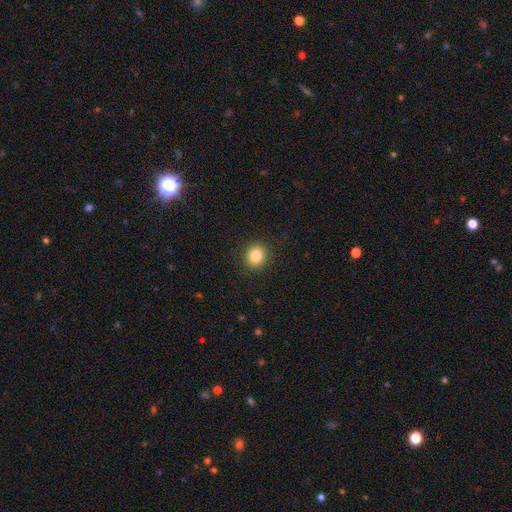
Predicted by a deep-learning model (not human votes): Smooth or featured? Predicted: smooth (p=0.84). How rounded? Predicted: round (p=0.75). Merging? Predicted: none (p=0.90).